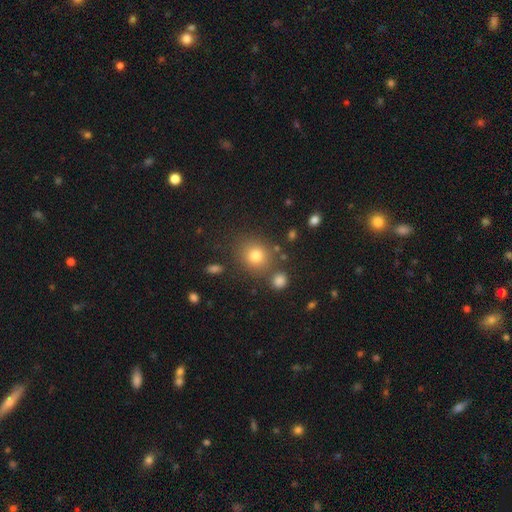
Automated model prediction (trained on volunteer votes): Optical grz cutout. It shows a smooth galaxy with no disk features (76%) that is round (81%). Merging: none (78%).